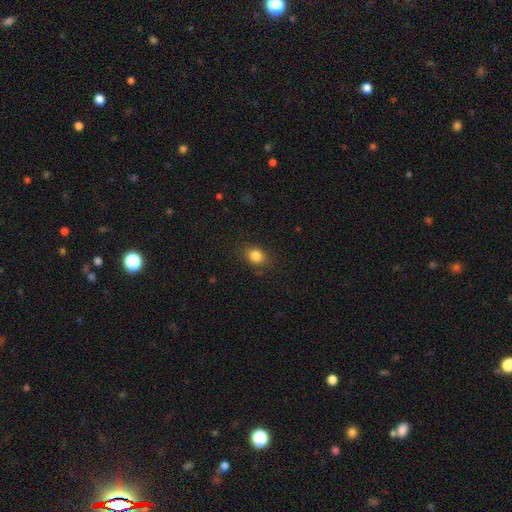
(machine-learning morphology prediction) This appears to be a smooth galaxy with no disk features (84%) that is in between round and cigar-shaped (51%). Merging: none (83%).